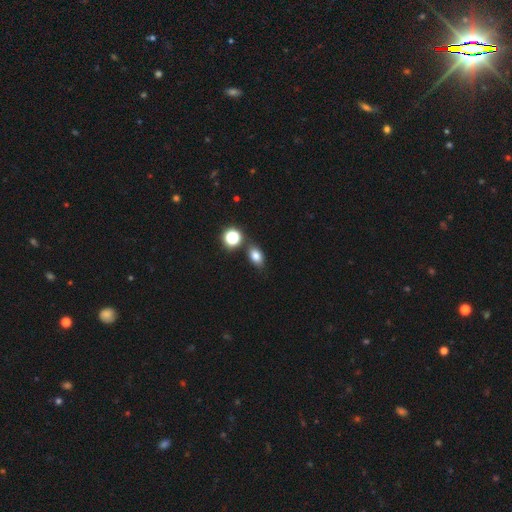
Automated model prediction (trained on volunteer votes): Overall: smooth (78%). How rounded: in between (79%). Merging: none (76%).